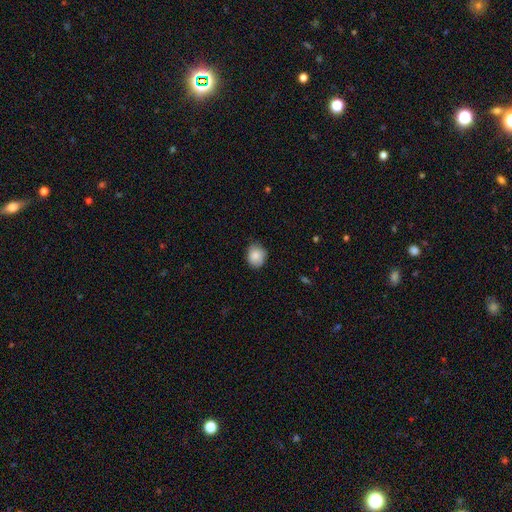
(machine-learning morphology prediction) A smooth galaxy with no disk features (85%) that is round (66%). Merging: none (72%).